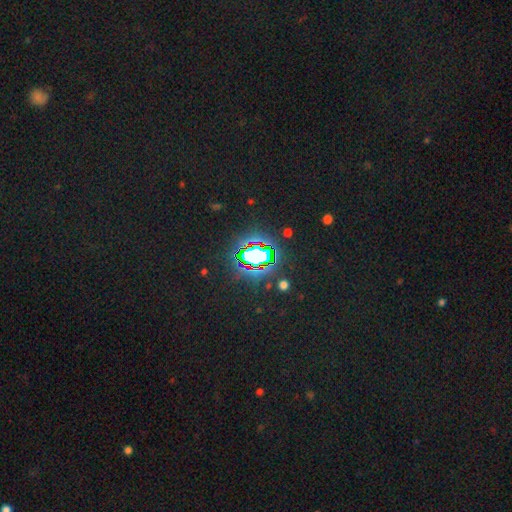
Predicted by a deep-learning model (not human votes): Smooth or featured? star or artifact (71%)